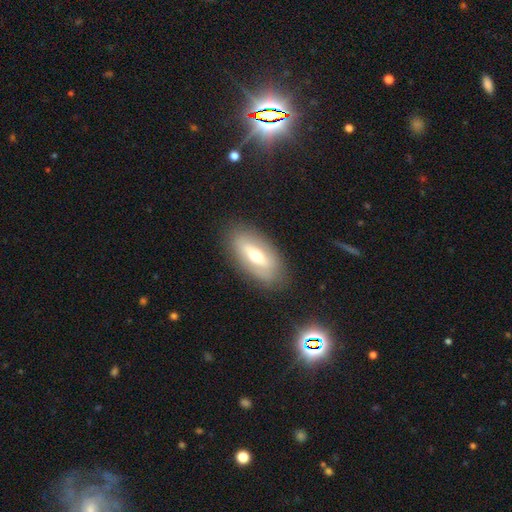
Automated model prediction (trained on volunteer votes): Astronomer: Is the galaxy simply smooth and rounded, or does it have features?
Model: featured or disk — 47% (runner-up: smooth, 45%).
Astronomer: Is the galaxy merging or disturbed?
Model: none — 83%.